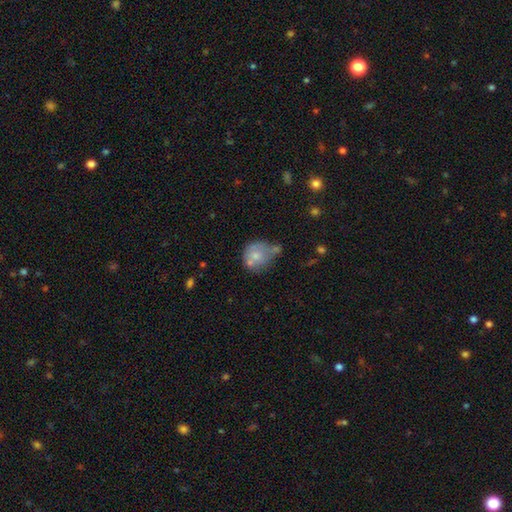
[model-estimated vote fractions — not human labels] The model was most divided on "merging": none: 32%, merger: 31%, minor disturbance: 24%, major disturbance: 14%. More confident: how rounded — round (72%); smooth or featured — smooth (66%).